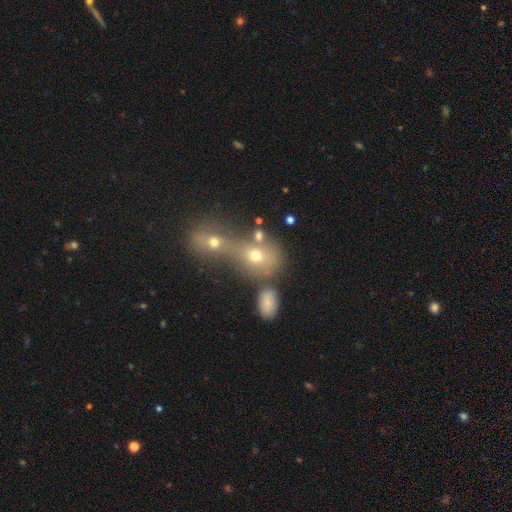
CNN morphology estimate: A smooth galaxy with no disk features (64%) that is round (59%). Merging: merger (59%).